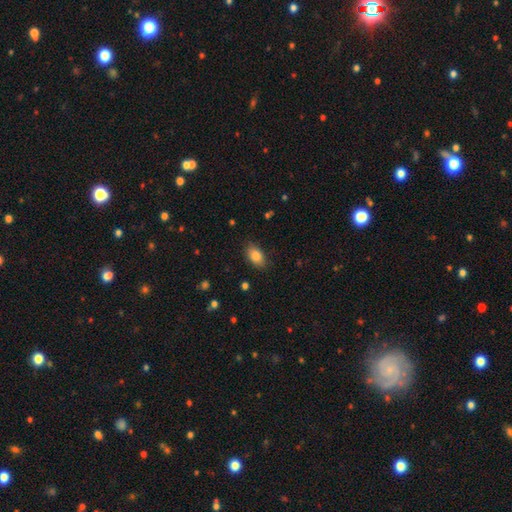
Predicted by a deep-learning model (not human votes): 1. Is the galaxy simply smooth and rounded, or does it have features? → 86% smooth, 8% star or artifact, 7% featured or disk.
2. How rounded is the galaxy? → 90% in between, 8% round, 2% cigar-shaped.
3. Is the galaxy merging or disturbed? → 84% none, 12% minor disturbance, 3% major disturbance, 1% merger.